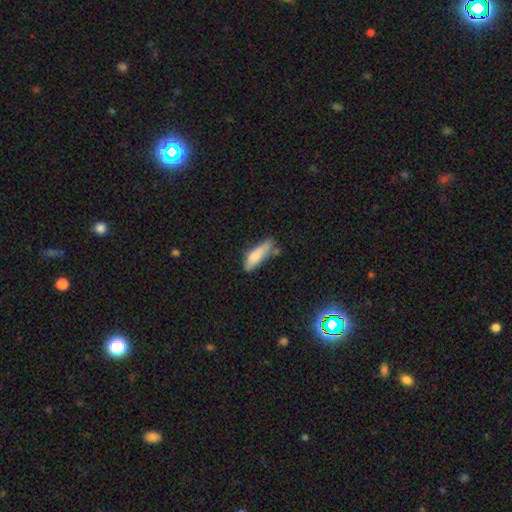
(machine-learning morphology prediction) Q: Smooth or featured?
A: smooth (72%); runner-up: featured or disk (21%)
Q: How rounded?
A: cigar-shaped (58%); runner-up: in between (40%)
Q: Merging?
A: none (46%); runner-up: minor disturbance (31%)